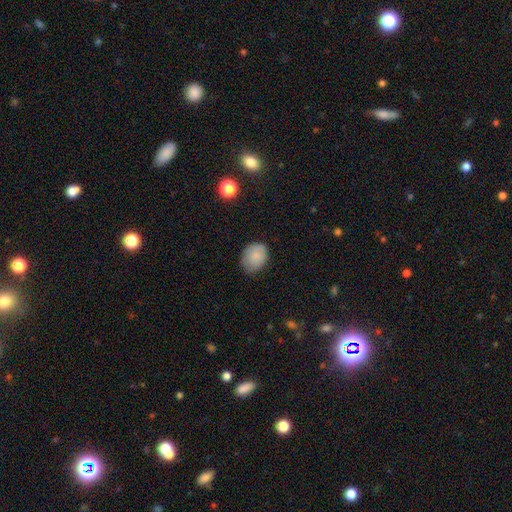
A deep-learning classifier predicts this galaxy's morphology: Smooth or featured? smooth (83%)
How rounded? in between (58%)
Merging? none (70%)